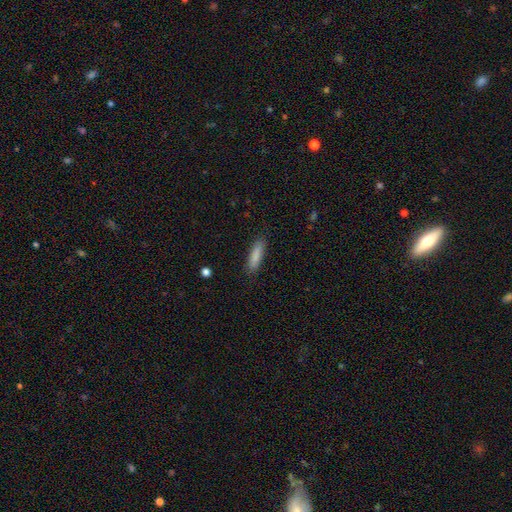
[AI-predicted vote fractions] This appears to be a smooth galaxy with no disk features (86%) that is cigar-shaped (67%). Merging: none (86%).